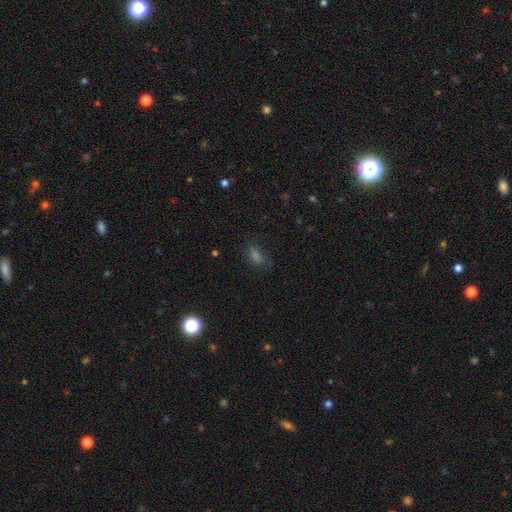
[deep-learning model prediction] smooth-or-featured: smooth: 59% | star or artifact: 30% | featured or disk: 11%
  how-rounded: in between: 74% | round: 23% | cigar-shaped: 4%
  merging: none: 75% | minor disturbance: 16% | major disturbance: 7% | merger: 2%